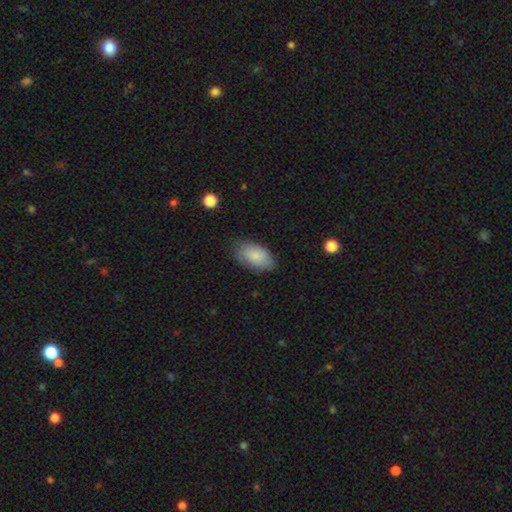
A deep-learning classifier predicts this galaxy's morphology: A smooth galaxy with no disk features (81%) that is in between round and cigar-shaped (94%).

Vote fractions:
- Smooth or featured? smooth: 81% / featured or disk: 12% / star or artifact: 6%
- How rounded? in between: 94% / round: 4% / cigar-shaped: 3%
- Merging? none: 72% / minor disturbance: 23% / major disturbance: 4% / merger: 1%